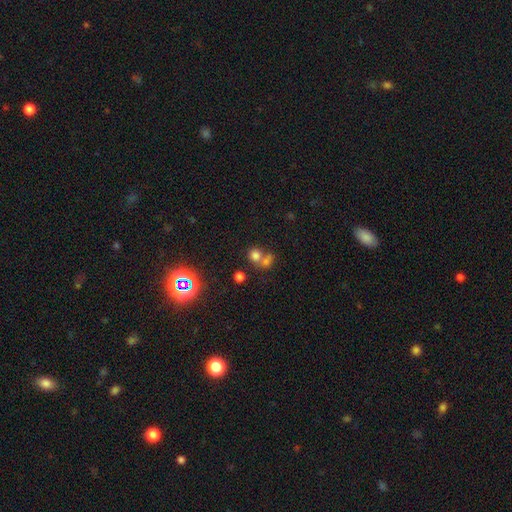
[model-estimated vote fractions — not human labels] Smooth or featured?
  - smooth: 69% *
  - star or artifact: 21%
  - featured or disk: 10%
How rounded?
  - round: 75% *
  - in between: 24%
  - cigar-shaped: 1%
Merging?
  - merger: 49% *
  - none: 39%
  - minor disturbance: 7%
  - major disturbance: 5%